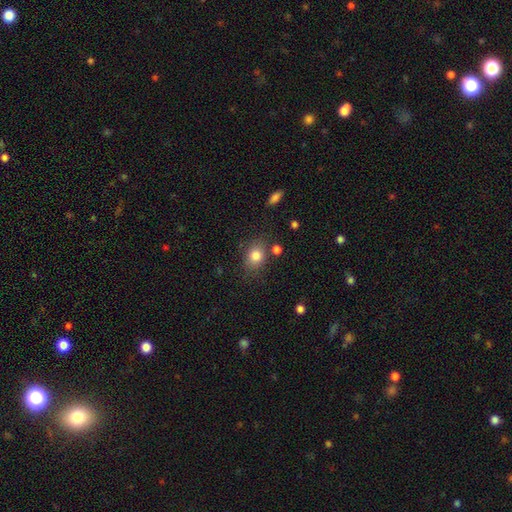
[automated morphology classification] smooth_or_featured: smooth (p=0.82) [alt: star or artifact p=0.10]
how_rounded: round (p=0.52) [alt: in between p=0.47]
merging: none (p=0.75) [alt: minor disturbance p=0.14]